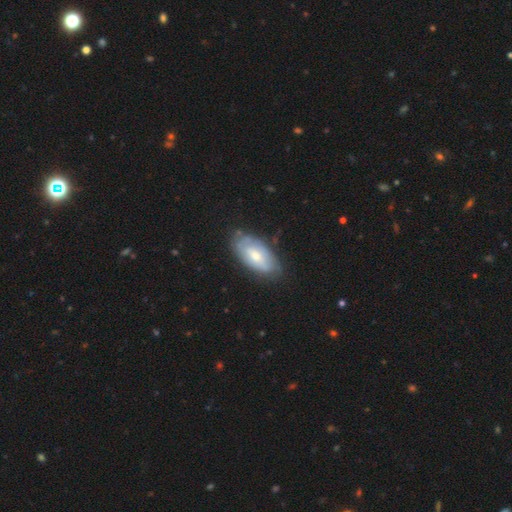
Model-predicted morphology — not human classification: Smooth or featured?
  - featured or disk: 49% *
  - smooth: 46%
  - star or artifact: 6%
Merging?
  - none: 70% *
  - minor disturbance: 23%
  - major disturbance: 5%
  - merger: 2%